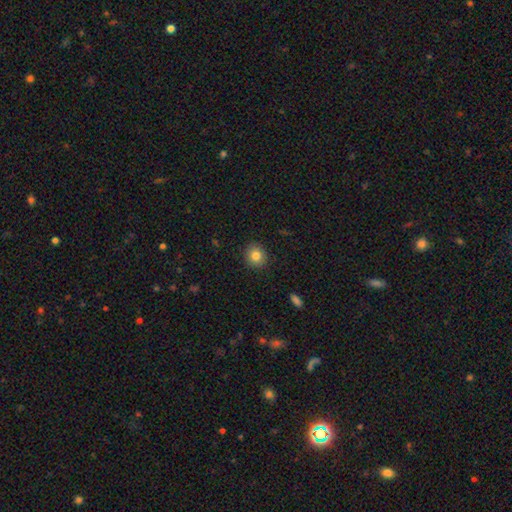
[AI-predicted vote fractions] smooth_or_featured: smooth (p=0.82) [alt: star or artifact p=0.10]
how_rounded: round (p=0.84) [alt: in between p=0.15]
merging: none (p=0.91) [alt: minor disturbance p=0.06]